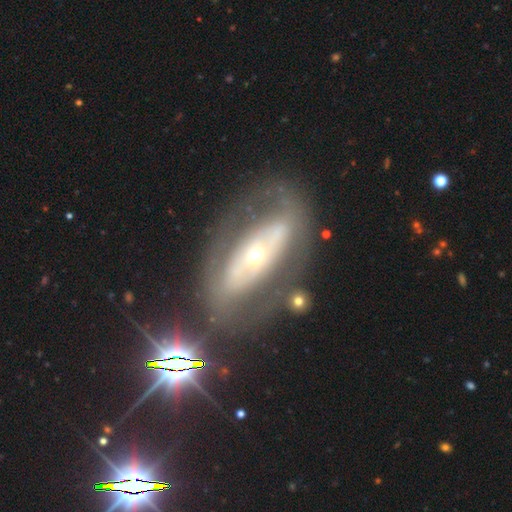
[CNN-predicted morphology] Smooth or featured: featured or disk — 71% (smooth — 19%)
Edge-on disk: no — 86% (yes — 14%)
Bar: no — 62% (strong — 22%)
Spiral arms: no — 58% (yes — 42%)
Bulge size: small — 56% (moderate — 38%)
Merging: none — 64% (major disturbance — 16%)